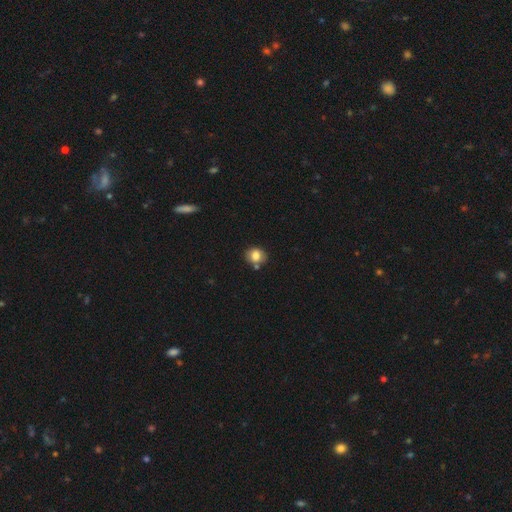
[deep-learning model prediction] Overall: smooth (81%). How rounded: round (74%). Merging: none (70%).